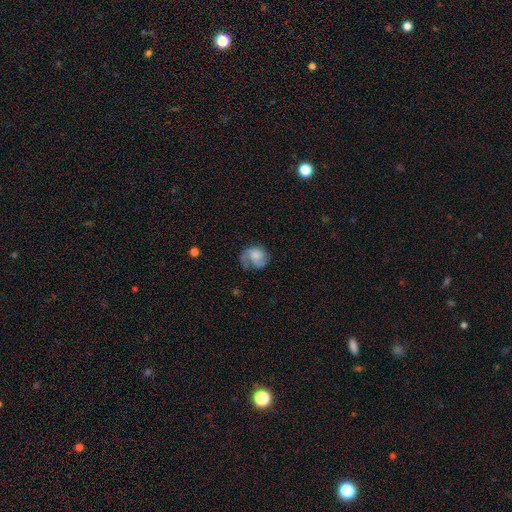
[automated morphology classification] type=featured or disk (46%); merging=none (43%).